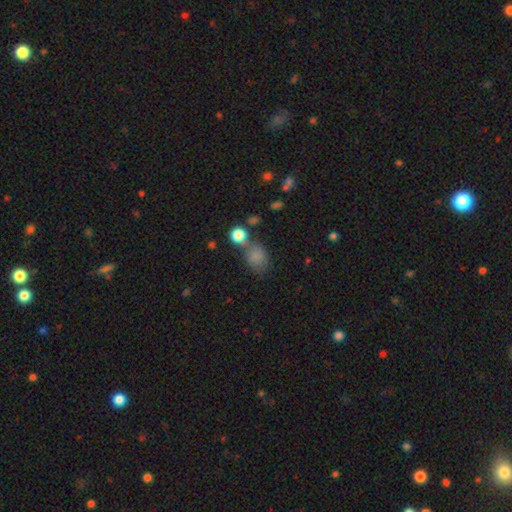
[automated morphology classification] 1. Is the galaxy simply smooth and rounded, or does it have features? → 79% smooth, 13% star or artifact, 8% featured or disk.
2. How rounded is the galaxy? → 52% in between, 46% round, 2% cigar-shaped.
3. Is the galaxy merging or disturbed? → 49% none, 21% merger, 20% minor disturbance, 10% major disturbance.